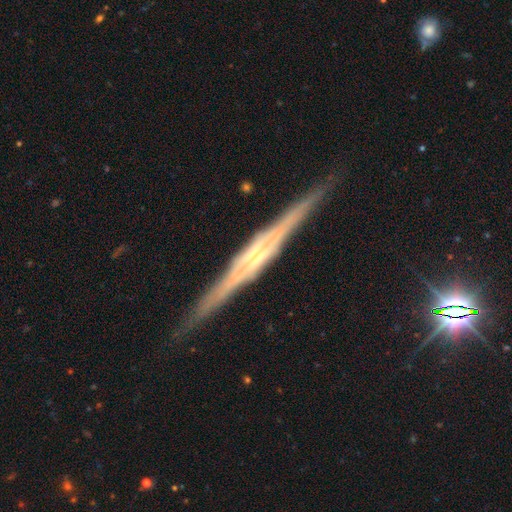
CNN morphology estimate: This is clearly a featured or disk galaxy (86%). It is clearly viewed edge-on (98%). Edge-on bulge: possibly boxy (46%). Merging: clearly none (89%).